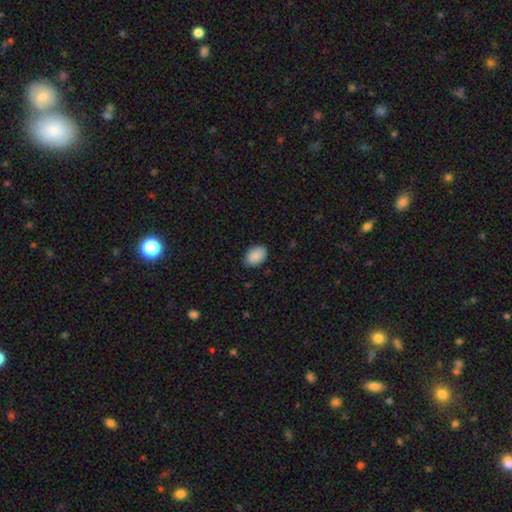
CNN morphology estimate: Smooth or featured: smooth — 90% (star or artifact — 7%)
How rounded: in between — 85% (round — 14%)
Merging: none — 83% (minor disturbance — 13%)